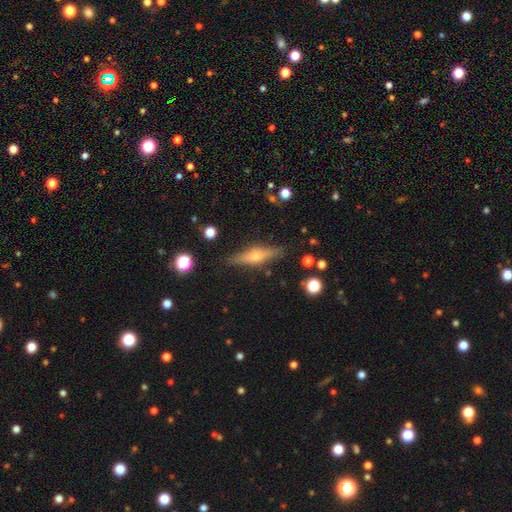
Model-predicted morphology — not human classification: Q: Smooth or featured?
A: featured or disk (63%); runner-up: smooth (30%)
Q: Edge-on disk?
A: yes (94%); runner-up: no (6%)
Q: Edge-on bulge?
A: rounded (91%); runner-up: none (5%)
Q: Merging?
A: none (88%); runner-up: minor disturbance (9%)